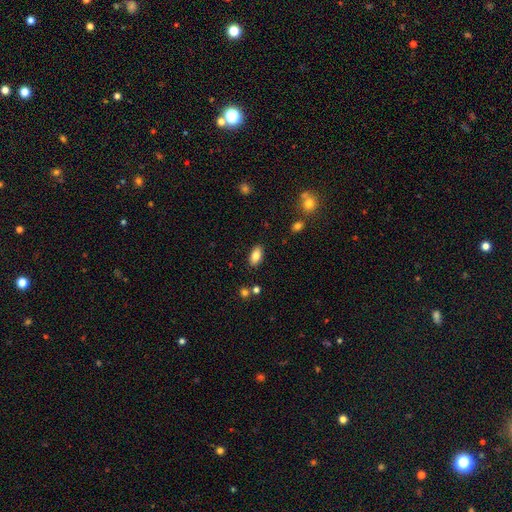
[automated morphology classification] This is clearly a smooth galaxy (81%). How rounded: clearly in between (92%). Merging: clearly none (87%).